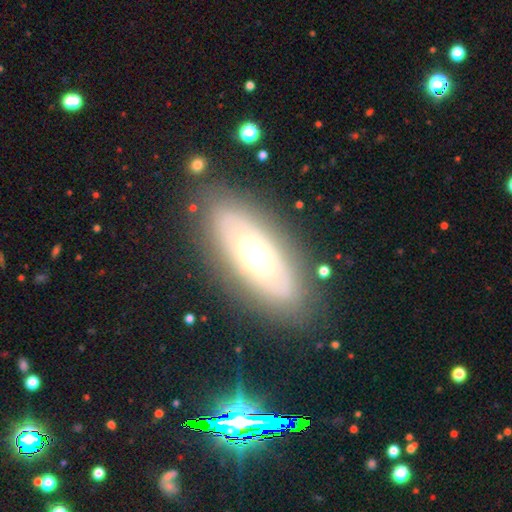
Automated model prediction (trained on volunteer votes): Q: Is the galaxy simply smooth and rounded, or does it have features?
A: featured or disk — 63%.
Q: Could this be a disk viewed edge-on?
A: no — 79%.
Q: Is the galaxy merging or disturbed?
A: none — 81%.